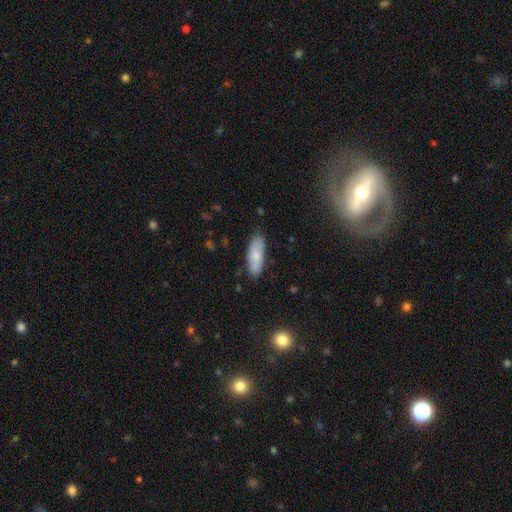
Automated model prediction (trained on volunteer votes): smooth 80%, featured or disk 14%, star or artifact 6%. Down the decision tree: how rounded — in between (66%); merging — none (83%).